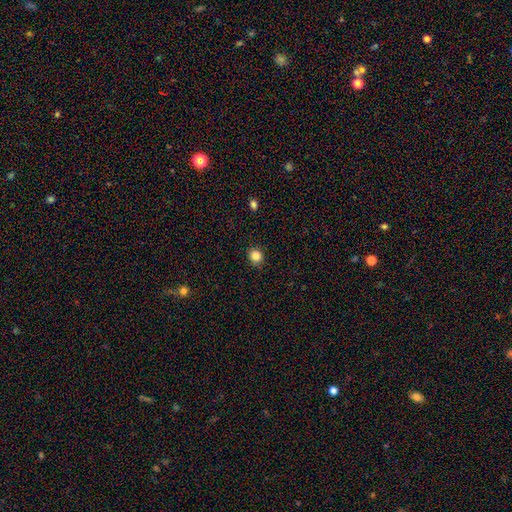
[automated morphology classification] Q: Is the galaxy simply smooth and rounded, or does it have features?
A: smooth — 84%.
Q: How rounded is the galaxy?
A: round — 79%.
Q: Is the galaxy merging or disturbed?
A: none — 87%.